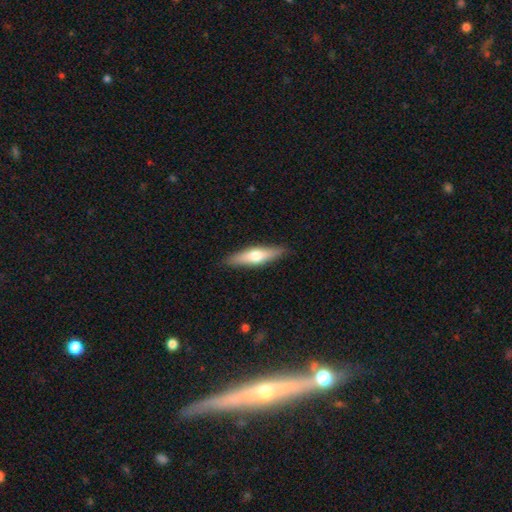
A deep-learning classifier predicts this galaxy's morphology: Smooth or featured?
  - smooth: 55% *
  - featured or disk: 40%
  - star or artifact: 5%
How rounded?
  - cigar-shaped: 71% *
  - in between: 27%
  - round: 2%
Merging?
  - none: 88% *
  - minor disturbance: 9%
  - major disturbance: 2%
  - merger: 1%